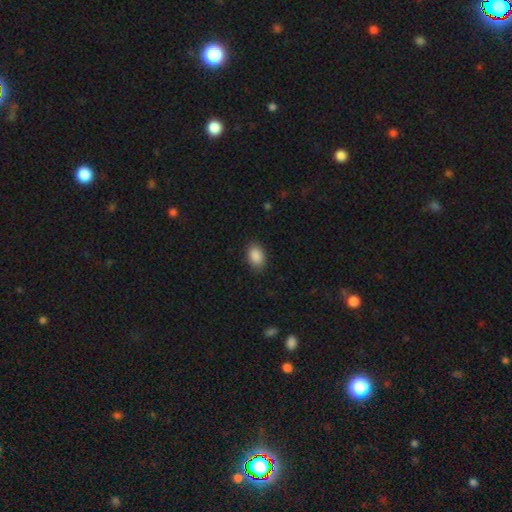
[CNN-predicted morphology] This appears to be a smooth galaxy with no disk features (90%) that is in between round and cigar-shaped (87%). Merging: none (86%).